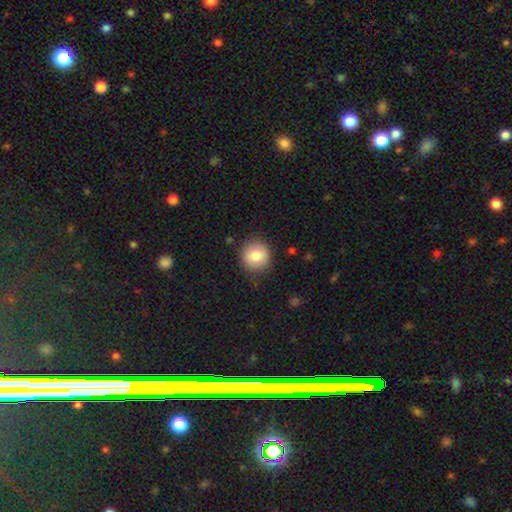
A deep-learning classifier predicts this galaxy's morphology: smooth_or_featured: smooth (p=0.80) [alt: featured or disk p=0.12]
how_rounded: round (p=0.92) [alt: in between p=0.07]
merging: none (p=0.86) [alt: minor disturbance p=0.10]